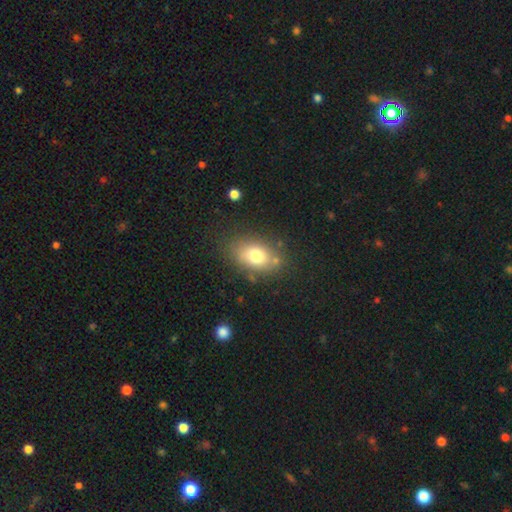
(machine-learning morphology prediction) Smooth or featured?
  - smooth: 75% *
  - featured or disk: 15%
  - star or artifact: 10%
How rounded?
  - in between: 78% *
  - round: 20%
  - cigar-shaped: 2%
Merging?
  - none: 74% *
  - minor disturbance: 15%
  - merger: 5%
  - major disturbance: 5%